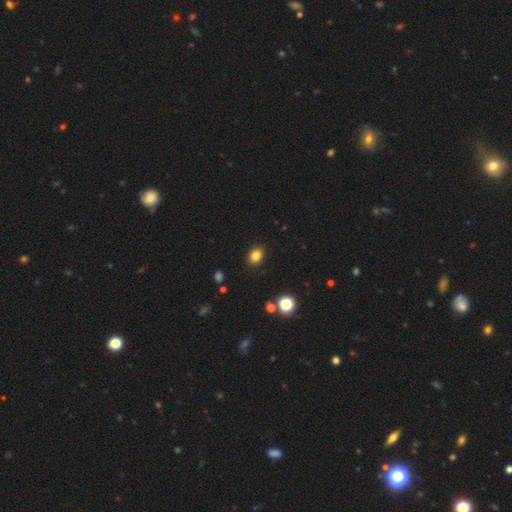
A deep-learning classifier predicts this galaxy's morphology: smooth_or_featured: smooth (p=0.83) [alt: star or artifact p=0.12]
how_rounded: in between (p=0.54) [alt: round p=0.45]
merging: none (p=0.89) [alt: minor disturbance p=0.08]